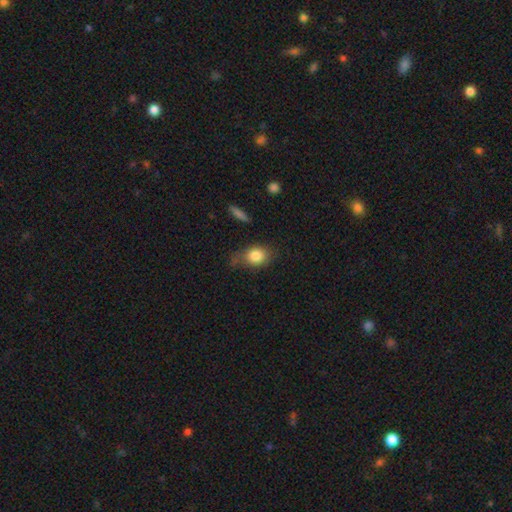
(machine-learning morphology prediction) smooth 82%, featured or disk 9%, star or artifact 8%. Down the decision tree: how rounded — in between (64%); merging — none (57%).